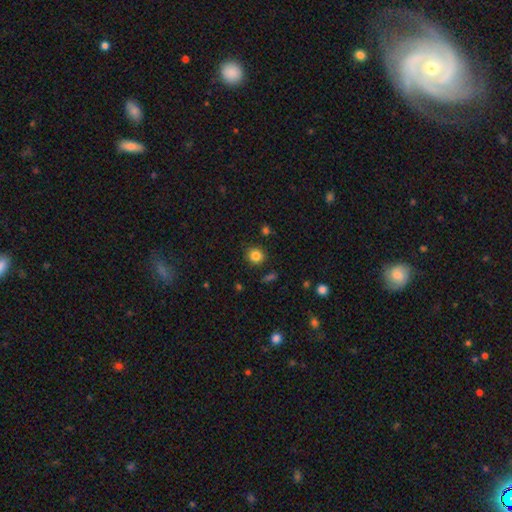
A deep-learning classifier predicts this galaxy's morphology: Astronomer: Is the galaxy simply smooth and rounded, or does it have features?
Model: smooth — 83%.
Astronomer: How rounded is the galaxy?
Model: round — 88%.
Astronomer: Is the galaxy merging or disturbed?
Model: none — 88%.